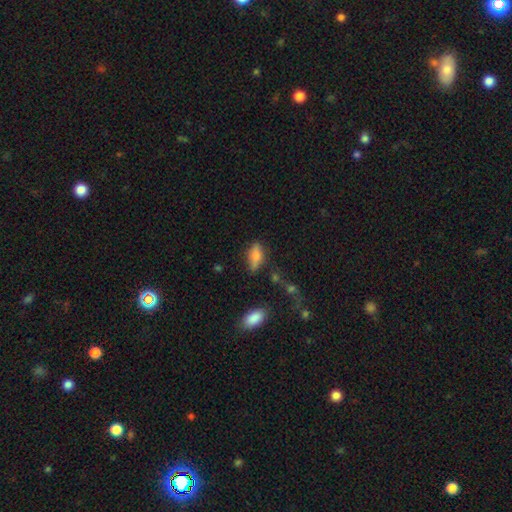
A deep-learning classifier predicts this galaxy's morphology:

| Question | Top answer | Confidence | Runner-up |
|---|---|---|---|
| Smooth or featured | smooth | 73% | featured or disk (18%) |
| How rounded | in between | 81% | cigar-shaped (15%) |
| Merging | none | 68% | minor disturbance (21%) |